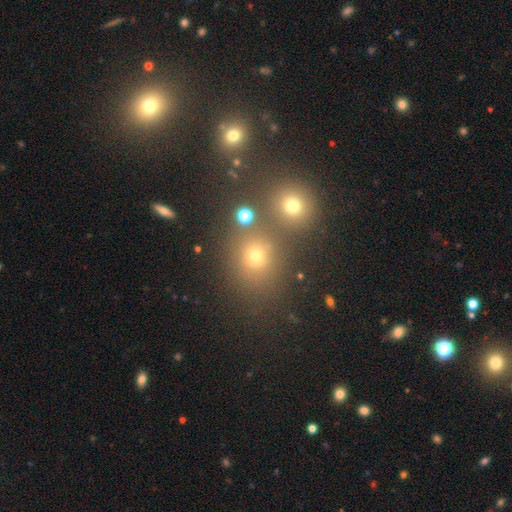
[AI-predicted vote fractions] This appears to be a smooth galaxy with no disk features (56%) that is round (77%). Merging: none (69%).